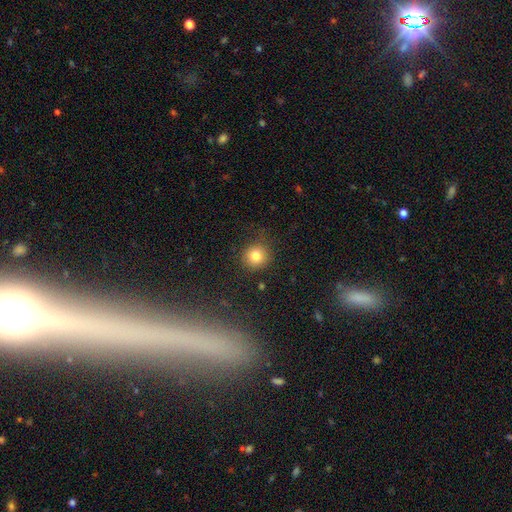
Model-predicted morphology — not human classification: Smooth or featured? smooth (80%)
How rounded? round (91%)
Merging? none (85%)